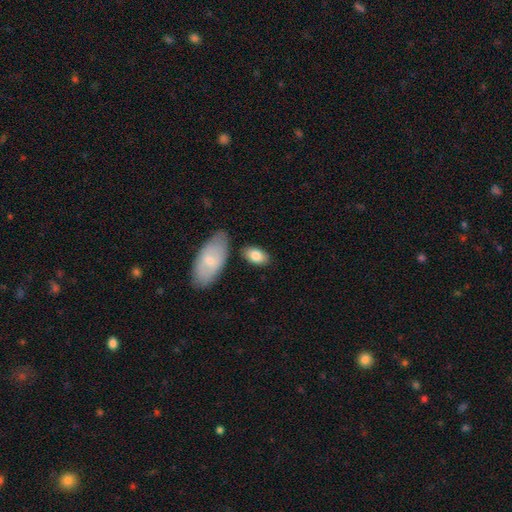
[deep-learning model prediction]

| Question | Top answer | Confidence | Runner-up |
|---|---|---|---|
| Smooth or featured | smooth | 81% | featured or disk (13%) |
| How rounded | in between | 92% | round (5%) |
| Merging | none | 75% | minor disturbance (13%) |